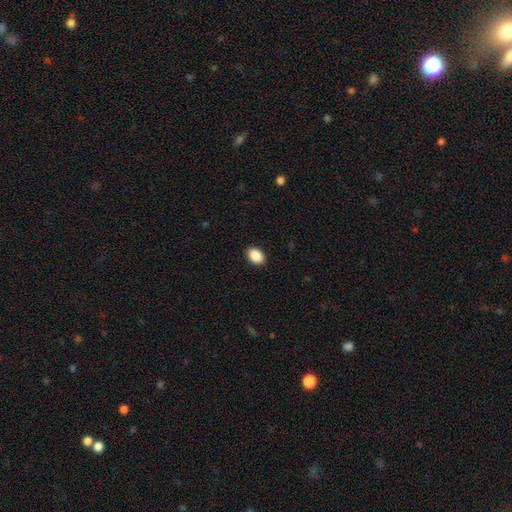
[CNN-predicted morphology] A smooth galaxy with no disk features (90%) that is in between round and cigar-shaped (86%). Merging: none (90%).